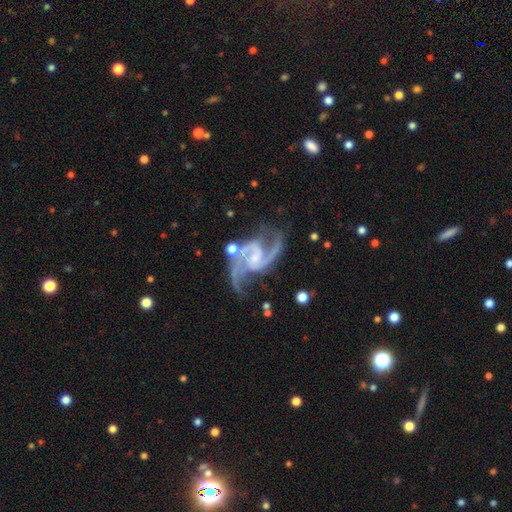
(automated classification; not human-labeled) Overall: featured or disk (93%). Edge-on disk: no (98%). Bar: weak (49%; no 33%). Spiral arms: yes (98%). Spiral arm count: 2 (89%). Spiral winding: medium (58%; loose 31%). Bulge size: small (59%; none 23%). Merging: none (61%).